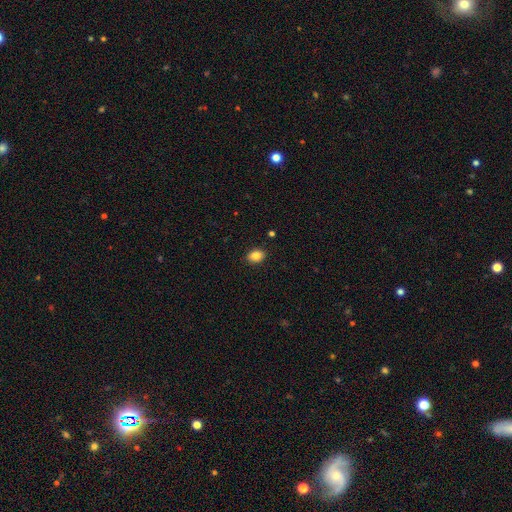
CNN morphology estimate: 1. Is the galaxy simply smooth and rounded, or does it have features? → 85% smooth, 9% star or artifact, 6% featured or disk.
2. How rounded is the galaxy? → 69% in between, 30% round, 1% cigar-shaped.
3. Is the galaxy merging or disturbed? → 89% none, 8% minor disturbance, 2% major disturbance, 1% merger.